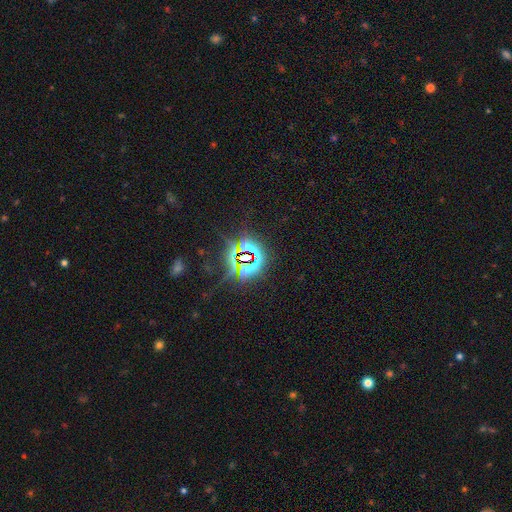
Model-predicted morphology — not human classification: Smooth or featured?
  - star or artifact: 83% *
  - smooth: 10%
  - featured or disk: 7%